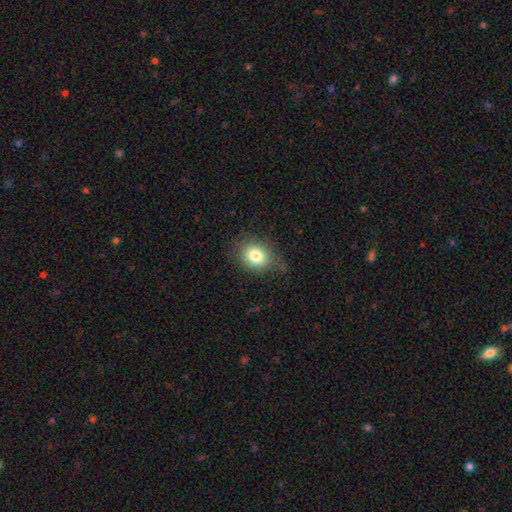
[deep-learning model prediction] A smooth galaxy with no disk features (79%) that is in between round and cigar-shaped (50%).

Vote fractions:
- Smooth or featured? smooth: 79% / featured or disk: 11% / star or artifact: 10%
- How rounded? in between: 50% / round: 49% / cigar-shaped: 1%
- Merging? none: 67% / minor disturbance: 24% / major disturbance: 7% / merger: 1%